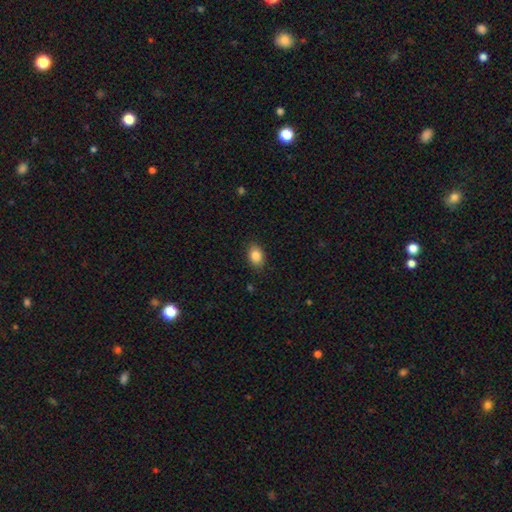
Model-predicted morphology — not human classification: A smooth galaxy with no disk features (85%) that is in between round and cigar-shaped (80%).

Vote fractions:
- Smooth or featured? smooth: 85% / star or artifact: 8% / featured or disk: 7%
- How rounded? in between: 80% / round: 19% / cigar-shaped: 1%
- Merging? none: 87% / minor disturbance: 10% / major disturbance: 2% / merger: 1%